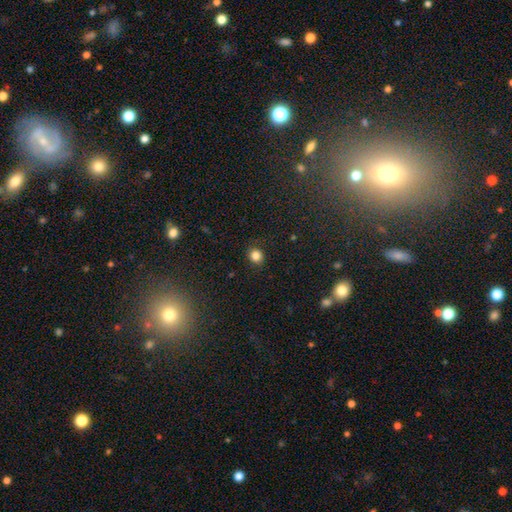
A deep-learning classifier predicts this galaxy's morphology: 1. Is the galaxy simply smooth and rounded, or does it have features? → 83% smooth, 12% star or artifact, 5% featured or disk.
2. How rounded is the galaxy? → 75% round, 24% in between, 1% cigar-shaped.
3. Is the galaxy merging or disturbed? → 87% none, 10% minor disturbance, 3% major disturbance, 1% merger.